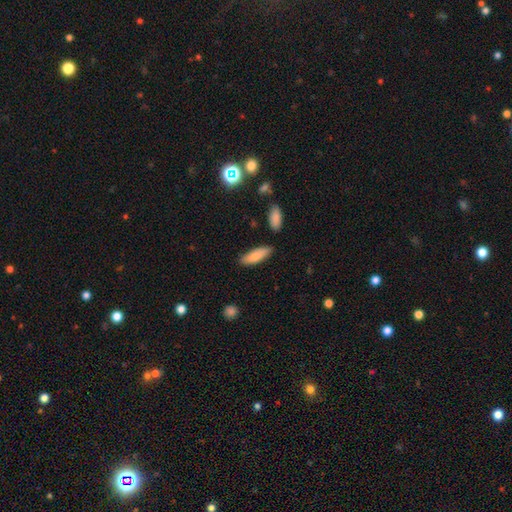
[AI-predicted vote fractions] Morphology: type=smooth (84%); roundness=in between (53%); merging=none (83%).